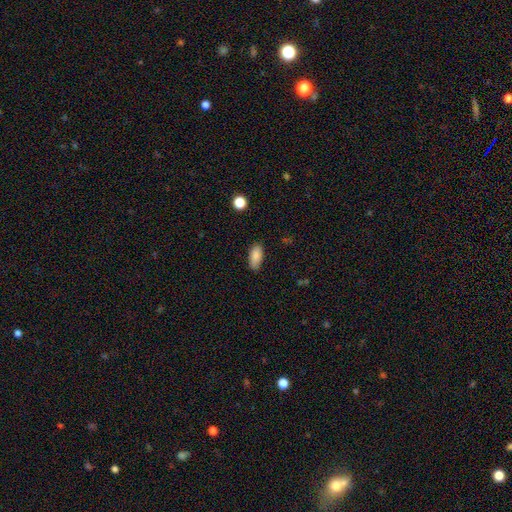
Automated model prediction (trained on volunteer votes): A smooth galaxy with no disk features (87%) that is in between round and cigar-shaped (89%).

Vote fractions:
- Smooth or featured? smooth: 87% / star or artifact: 8% / featured or disk: 6%
- How rounded? in between: 89% / cigar-shaped: 9% / round: 3%
- Merging? none: 81% / minor disturbance: 15% / major disturbance: 3% / merger: 1%